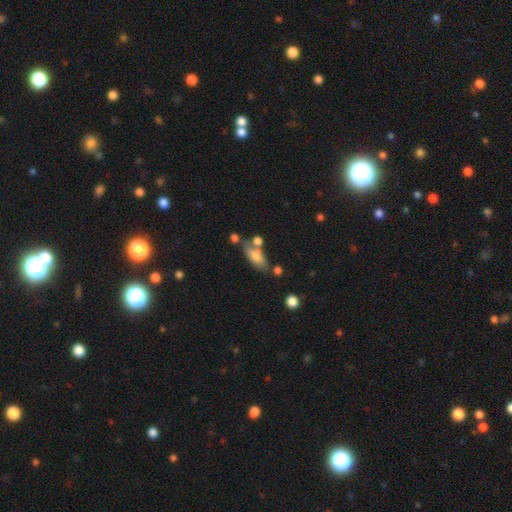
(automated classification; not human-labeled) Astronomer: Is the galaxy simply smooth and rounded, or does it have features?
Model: smooth — 71%.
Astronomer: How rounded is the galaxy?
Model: in between — 77%.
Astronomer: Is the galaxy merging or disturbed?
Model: none — 52%.